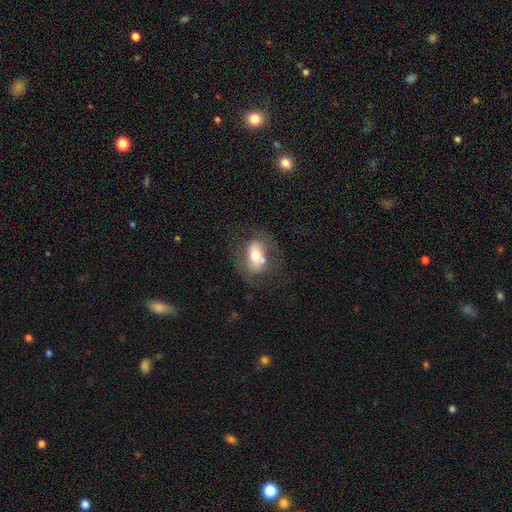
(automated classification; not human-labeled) smooth_or_featured: smooth (p=0.51) [alt: featured or disk p=0.40]
how_rounded: in between (p=0.77) [alt: round p=0.19]
merging: none (p=0.51) [alt: minor disturbance p=0.21]